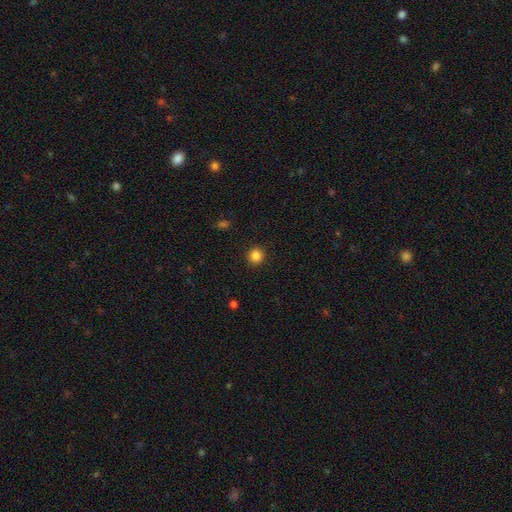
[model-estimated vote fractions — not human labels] Morphology: type=smooth (85%); roundness=round (92%); merging=none (92%).